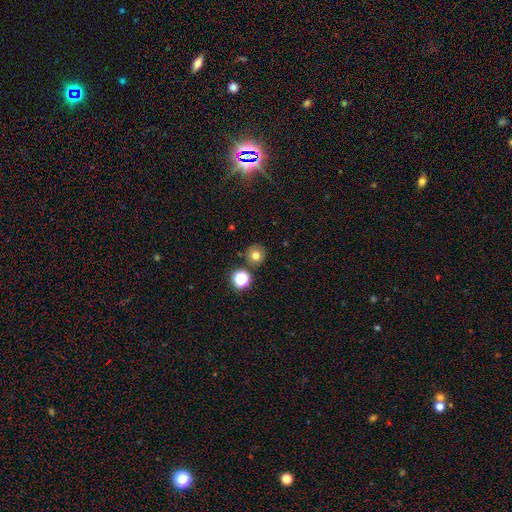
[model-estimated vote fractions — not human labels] Overall: smooth (74%). How rounded: round (92%). Merging: none (83%).